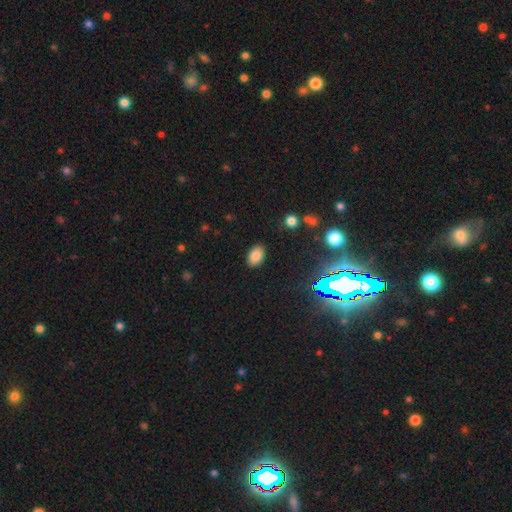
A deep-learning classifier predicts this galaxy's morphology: type=smooth (81%); roundness=in between (85%); merging=none (87%).